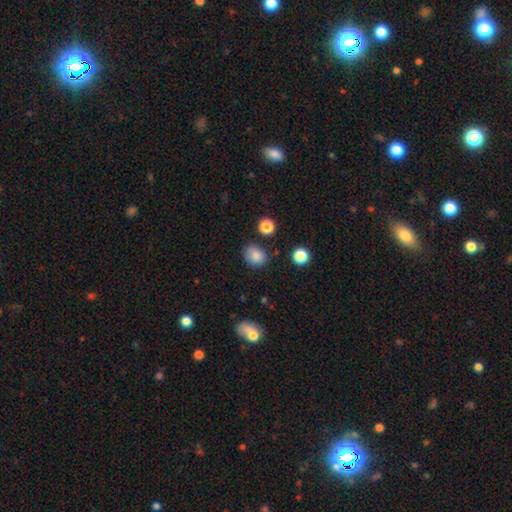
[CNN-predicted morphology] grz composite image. It shows a smooth galaxy with no disk features (84%) that is round (57%). Merging: none (75%).